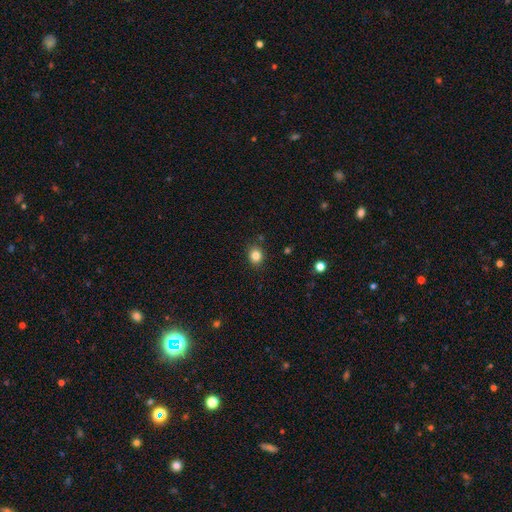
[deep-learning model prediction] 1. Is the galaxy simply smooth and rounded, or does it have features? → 84% smooth, 11% star or artifact, 5% featured or disk.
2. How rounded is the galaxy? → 71% round, 29% in between, 1% cigar-shaped.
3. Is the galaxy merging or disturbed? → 86% none, 9% minor disturbance, 2% major disturbance, 2% merger.